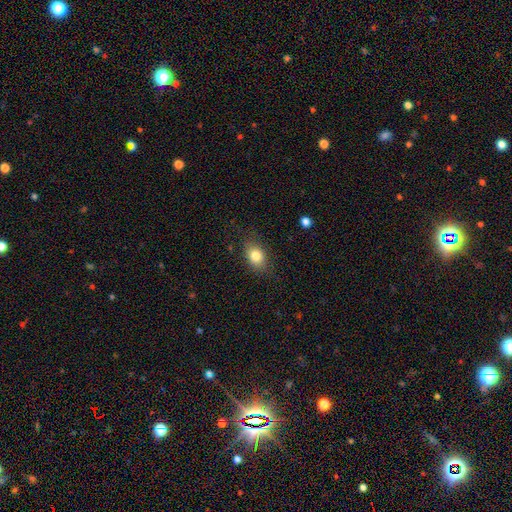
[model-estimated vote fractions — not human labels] A smooth galaxy with no disk features (81%) that is in between round and cigar-shaped (70%). Merging: none (80%).